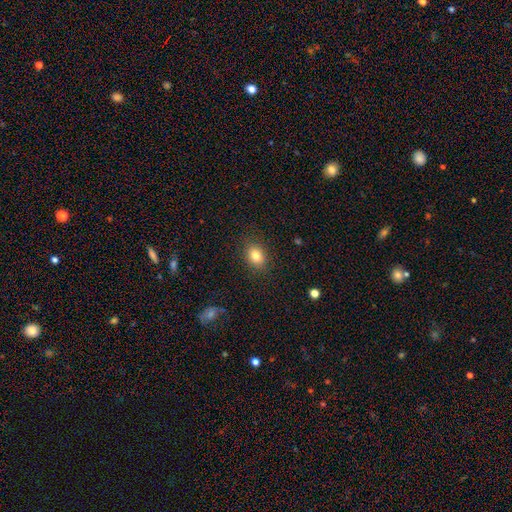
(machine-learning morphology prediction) Overall: smooth (81%). How rounded: in between (59%; round 40%). Merging: none (87%).